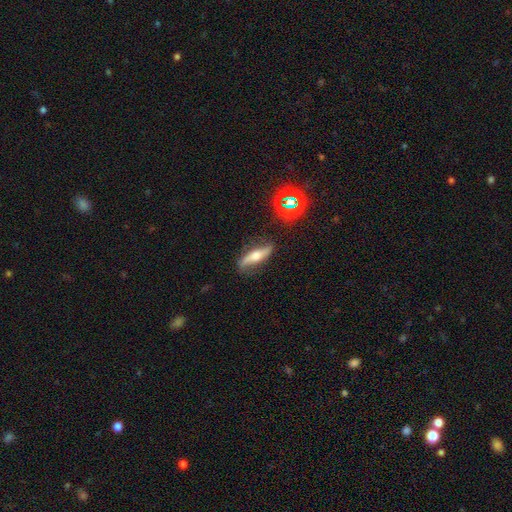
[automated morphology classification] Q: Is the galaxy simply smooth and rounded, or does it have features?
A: featured or disk — 63%.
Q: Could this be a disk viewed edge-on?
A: yes — 60%.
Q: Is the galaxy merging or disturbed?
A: none — 77%.